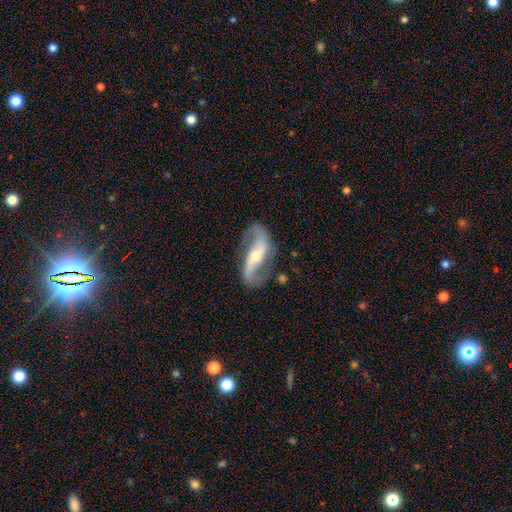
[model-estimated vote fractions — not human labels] smooth-or-featured: featured or disk: 88% | smooth: 7% | star or artifact: 5%
  disk-edge-on: no: 93% | yes: 7%
    bar: strong: 42% | no: 31% | weak: 27%
    has-spiral-arms: yes: 95% | no: 5%
      spiral-winding: loose: 73% | medium: 20% | tight: 7%
      spiral-arm-count: 2: 93% | 1: 2% | can't tell: 2% | 3: 1% | 4: 1% | more than 4: 1%
    bulge-size: moderate: 49% | small: 46% | large: 3% | none: 1% | dominant: 1%
  merging: none: 78% | minor disturbance: 13% | major disturbance: 6% | merger: 2%